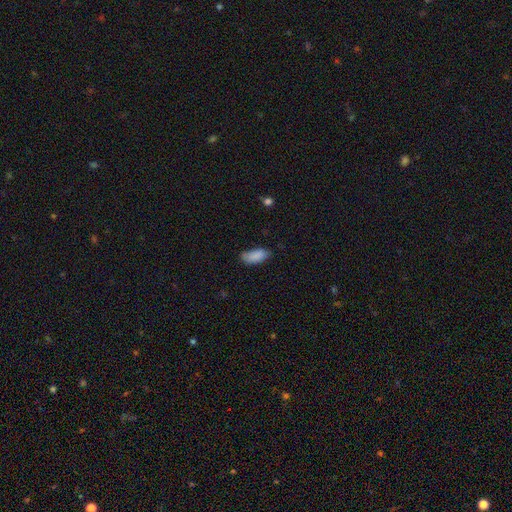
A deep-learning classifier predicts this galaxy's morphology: The model was most divided on "merging": none: 67%, minor disturbance: 26%, major disturbance: 5%, merger: 2%. More confident: smooth or featured — smooth (87%); how rounded — in between (87%).